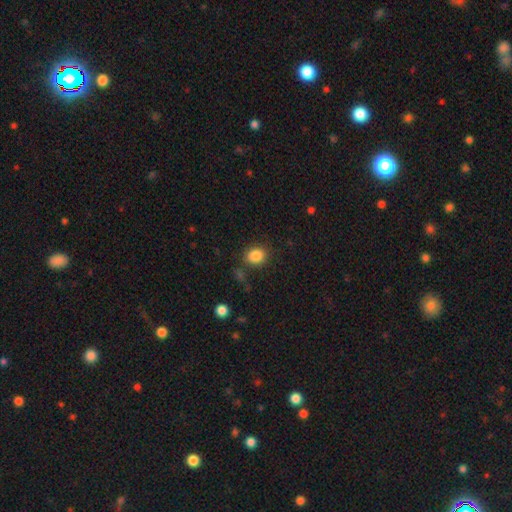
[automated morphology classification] Smooth or featured? Predicted: smooth (p=0.85). How rounded? Predicted: round (p=0.60). Merging? Predicted: none (p=0.82).